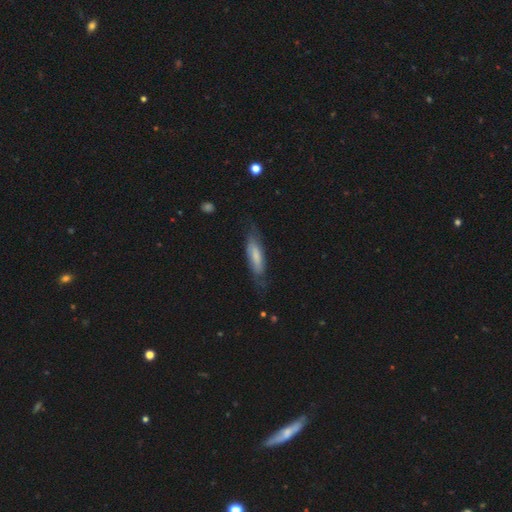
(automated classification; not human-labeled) This is possibly a smooth galaxy (59%). How rounded: likely cigar-shaped (61%). Merging: likely none (67%).